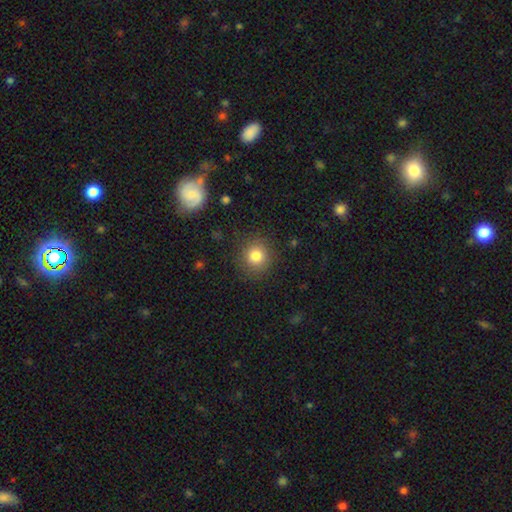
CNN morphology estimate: This appears to be a smooth galaxy with no disk features (81%) that is round (90%). Merging: none (87%).